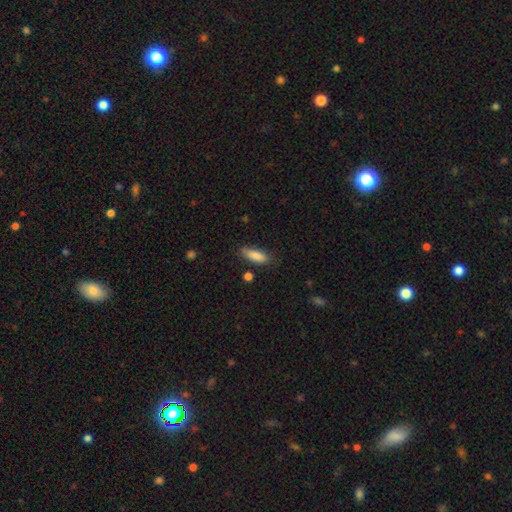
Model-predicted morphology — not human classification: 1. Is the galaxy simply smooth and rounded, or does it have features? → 87% smooth, 7% featured or disk, 7% star or artifact.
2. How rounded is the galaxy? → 65% in between, 34% cigar-shaped, 2% round.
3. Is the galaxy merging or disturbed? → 75% none, 18% minor disturbance, 4% major disturbance, 3% merger.